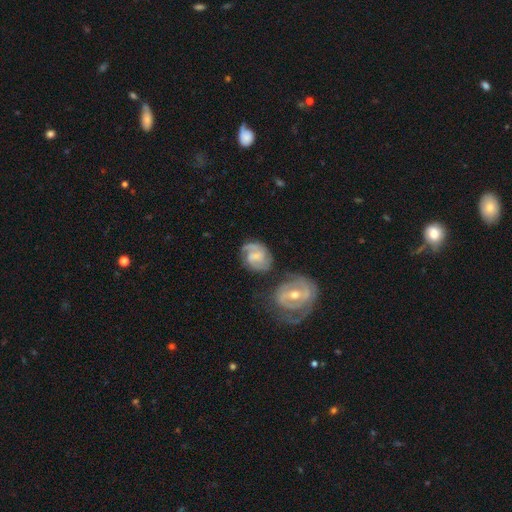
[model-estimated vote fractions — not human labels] smooth-or-featured: featured or disk: 74% | smooth: 20% | star or artifact: 6%
  disk-edge-on: no: 97% | yes: 3%
    bar: weak: 50% | no: 37% | strong: 14%
    has-spiral-arms: yes: 93% | no: 7%
      spiral-winding: medium: 45% | tight: 40% | loose: 16%
      spiral-arm-count: 2: 67% | can't tell: 13% | 1: 9% | 3: 8% | 4: 2% | more than 4: 2%
    bulge-size: small: 38% | moderate: 28% | none: 28% | large: 4% | dominant: 1%
  merging: none: 58% | minor disturbance: 21% | merger: 11% | major disturbance: 10%